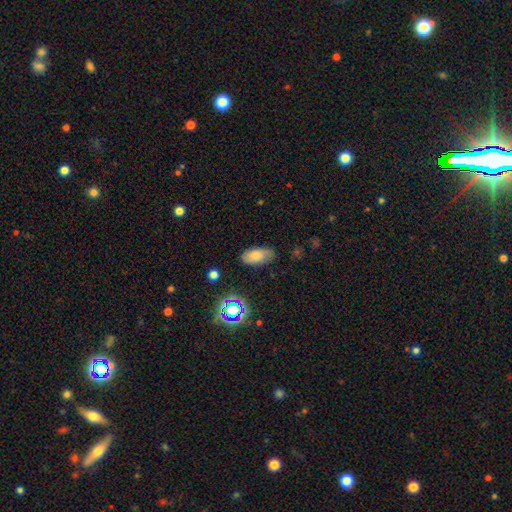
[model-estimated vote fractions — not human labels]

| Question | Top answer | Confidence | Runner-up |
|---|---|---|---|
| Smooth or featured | smooth | 73% | featured or disk (16%) |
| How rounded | in between | 92% | round (4%) |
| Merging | none | 77% | minor disturbance (18%) |